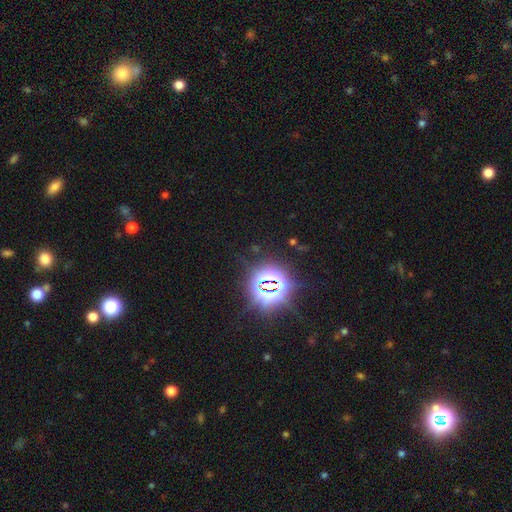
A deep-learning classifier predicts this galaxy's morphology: This appears to be a star or artifact, not a galaxy (82%).